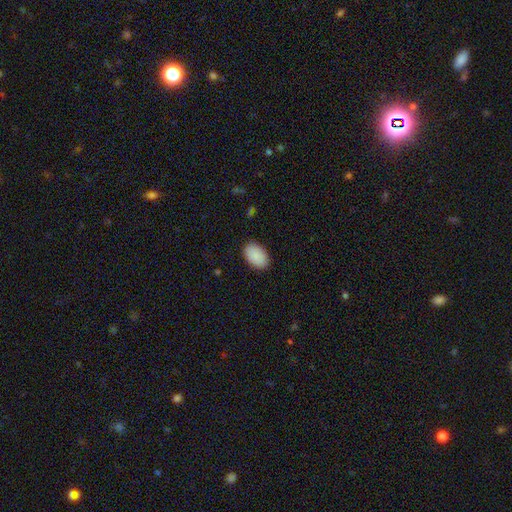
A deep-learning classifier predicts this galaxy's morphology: Smooth or featured? smooth (91%)
How rounded? in between (91%)
Merging? none (87%)